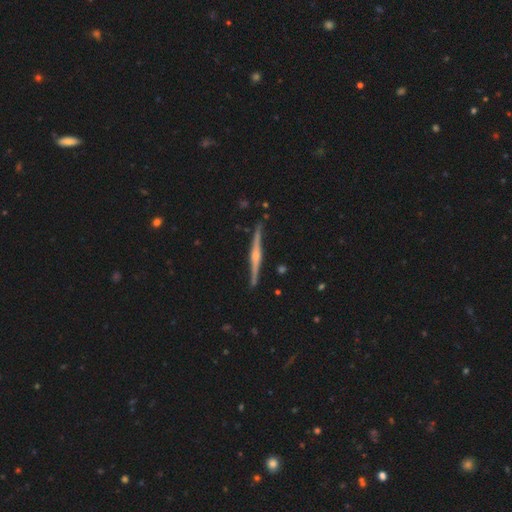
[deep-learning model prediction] Smooth or featured? featured or disk (83%)
Edge-on disk? yes (98%)
Edge-on bulge? rounded (78%)
Merging? none (88%)